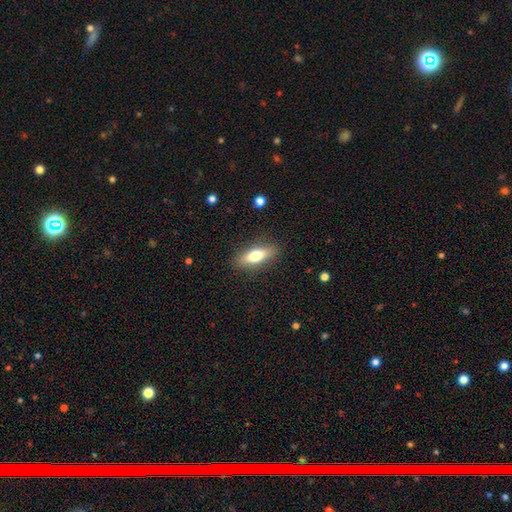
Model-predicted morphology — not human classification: Smooth or featured: smooth — 69% (featured or disk — 24%)
How rounded: in between — 56% (cigar-shaped — 42%)
Merging: none — 87% (minor disturbance — 10%)